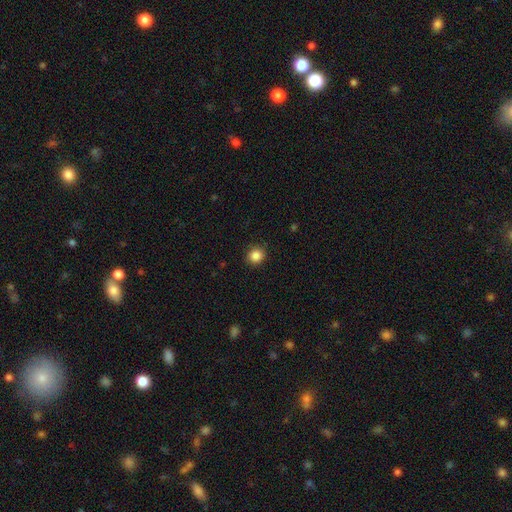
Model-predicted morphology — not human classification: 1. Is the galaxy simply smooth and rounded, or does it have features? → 86% smooth, 10% star or artifact, 4% featured or disk.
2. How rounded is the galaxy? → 84% round, 15% in between, 1% cigar-shaped.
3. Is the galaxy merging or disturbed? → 90% none, 7% minor disturbance, 2% major disturbance, 1% merger.